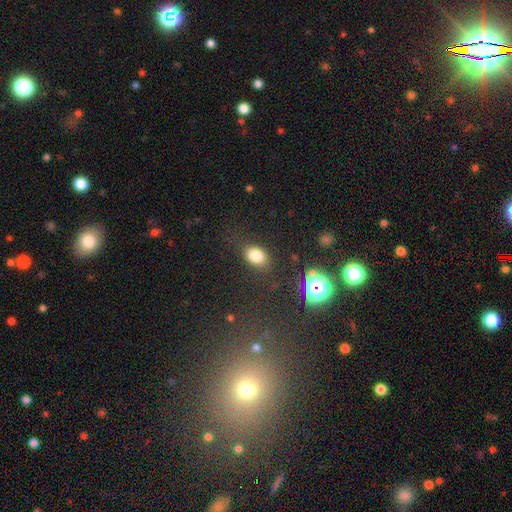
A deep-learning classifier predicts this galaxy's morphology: Smooth or featured?
  - smooth: 80% *
  - star or artifact: 13%
  - featured or disk: 7%
How rounded?
  - in between: 78% *
  - round: 21%
  - cigar-shaped: 1%
Merging?
  - none: 79% *
  - minor disturbance: 14%
  - major disturbance: 5%
  - merger: 2%